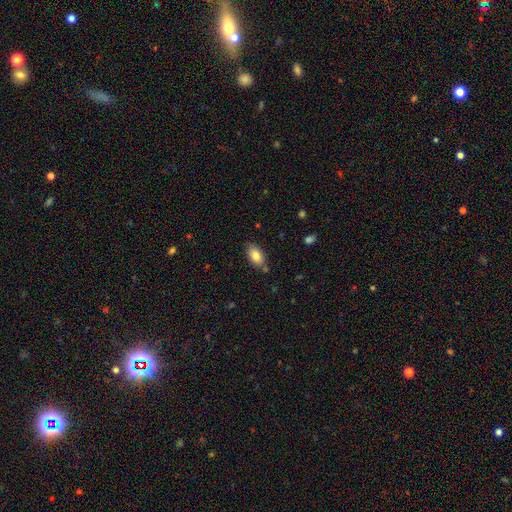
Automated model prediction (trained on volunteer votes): Smooth or featured? Predicted: smooth (p=0.84). How rounded? Predicted: in between (p=0.93). Merging? Predicted: none (p=0.79).